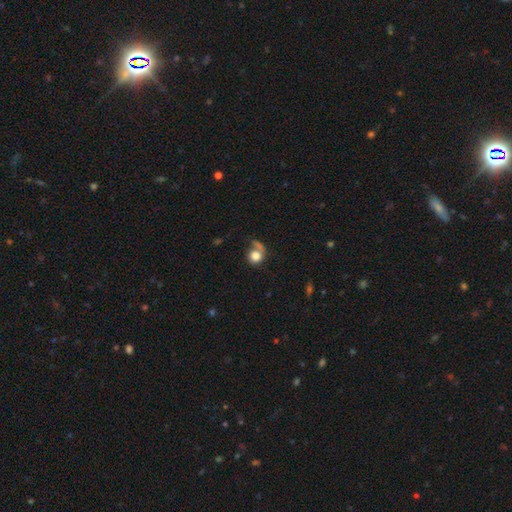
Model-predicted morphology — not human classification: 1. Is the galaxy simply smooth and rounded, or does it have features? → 76% smooth, 15% featured or disk, 9% star or artifact.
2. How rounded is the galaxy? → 82% round, 17% in between, 1% cigar-shaped.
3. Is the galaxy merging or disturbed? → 45% none, 20% major disturbance, 18% merger, 16% minor disturbance.